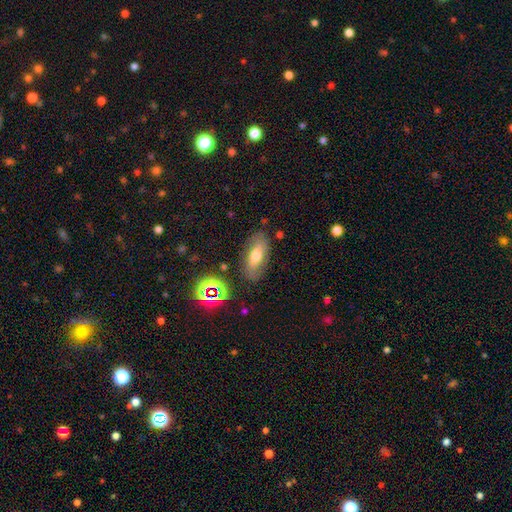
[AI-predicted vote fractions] A smooth galaxy with no disk features (55%) that is in between round and cigar-shaped (80%). Merging: none (78%).